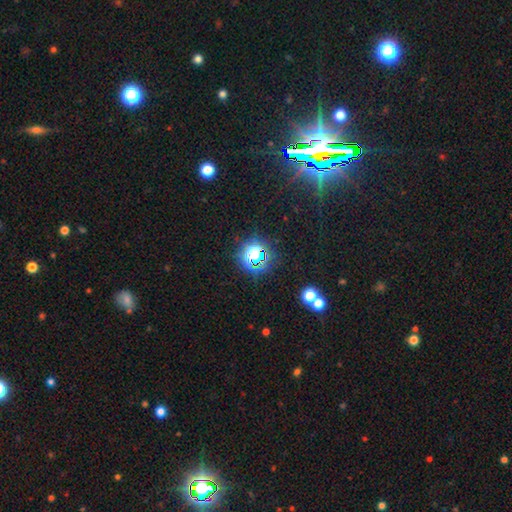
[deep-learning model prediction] A star or artifact, not a galaxy (67%).

Vote fractions:
- Smooth or featured? star or artifact: 67% / smooth: 25% / featured or disk: 9%